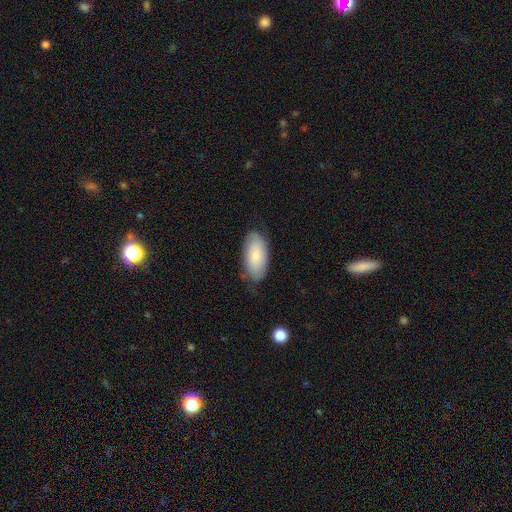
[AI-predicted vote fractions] Smooth or featured?
  - smooth: 69% *
  - featured or disk: 25%
  - star or artifact: 6%
How rounded?
  - in between: 92% *
  - cigar-shaped: 6%
  - round: 2%
Merging?
  - none: 74% *
  - minor disturbance: 21%
  - major disturbance: 4%
  - merger: 1%